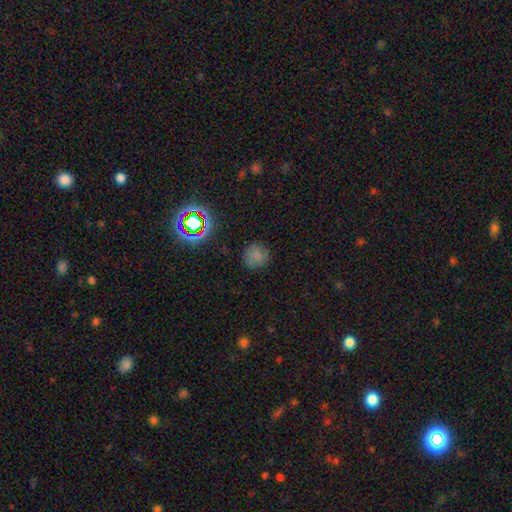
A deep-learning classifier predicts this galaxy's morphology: Smooth or featured?
  - smooth: 68% *
  - star or artifact: 23%
  - featured or disk: 8%
How rounded?
  - round: 89% *
  - in between: 9%
  - cigar-shaped: 1%
Merging?
  - none: 81% *
  - minor disturbance: 13%
  - major disturbance: 4%
  - merger: 2%